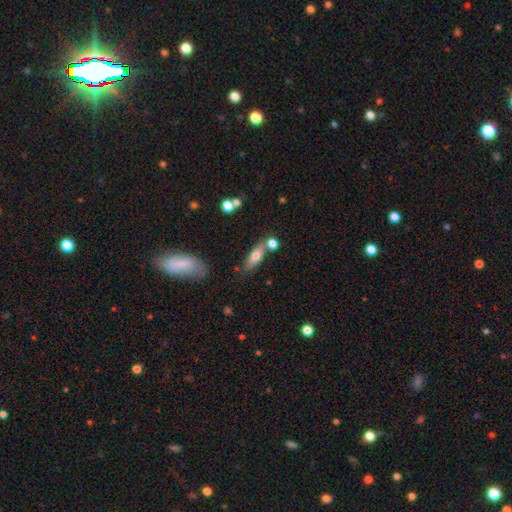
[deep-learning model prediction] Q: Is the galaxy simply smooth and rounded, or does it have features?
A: smooth — 66%.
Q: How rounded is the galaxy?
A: in between — 54%.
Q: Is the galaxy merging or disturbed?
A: none — 62%.